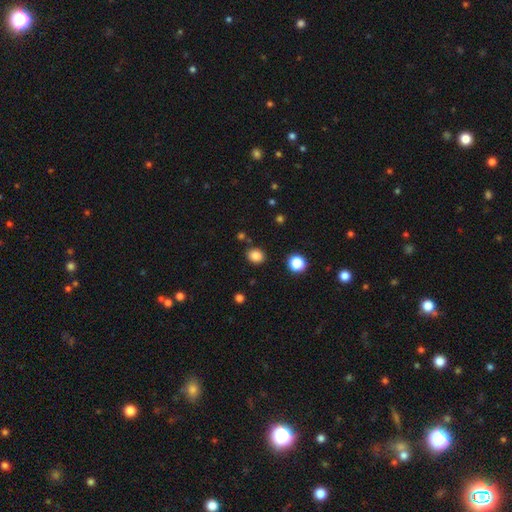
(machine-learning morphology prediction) type=smooth (84%); roundness=round (61%); merging=none (85%).